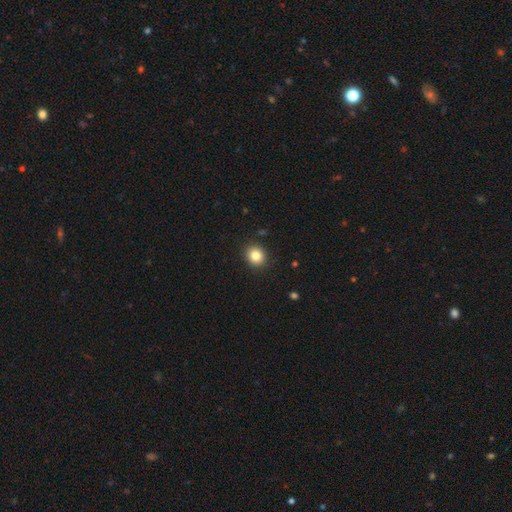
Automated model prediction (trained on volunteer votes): smooth-or-featured: smooth: 84% | star or artifact: 10% | featured or disk: 6%
  how-rounded: round: 82% | in between: 17% | cigar-shaped: 1%
  merging: none: 91% | minor disturbance: 6% | major disturbance: 2% | merger: 1%